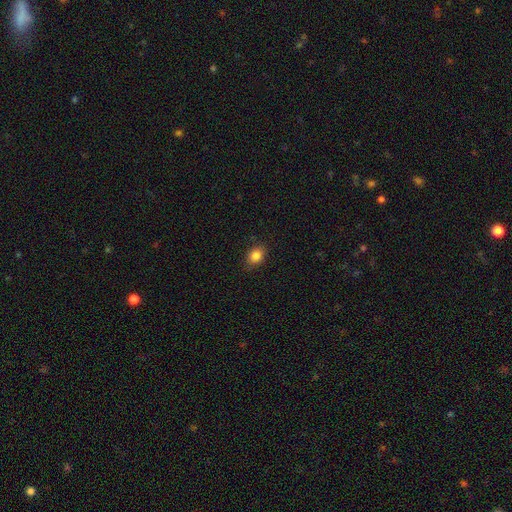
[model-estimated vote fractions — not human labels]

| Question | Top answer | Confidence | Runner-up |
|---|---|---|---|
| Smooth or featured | smooth | 85% | star or artifact (10%) |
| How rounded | in between | 58% | round (41%) |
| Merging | none | 85% | minor disturbance (12%) |